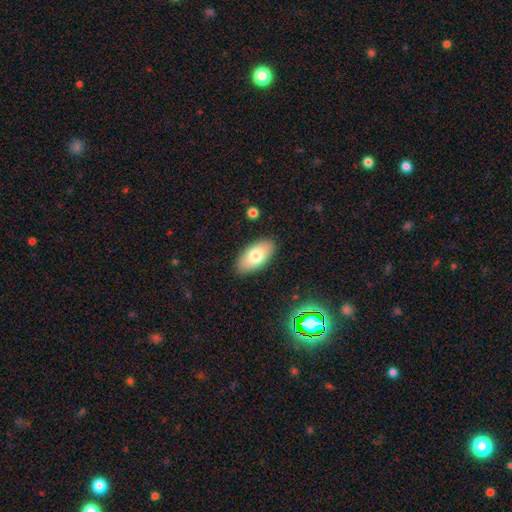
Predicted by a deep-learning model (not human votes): Morphology: type=smooth (76%); roundness=in between (93%); merging=none (88%).